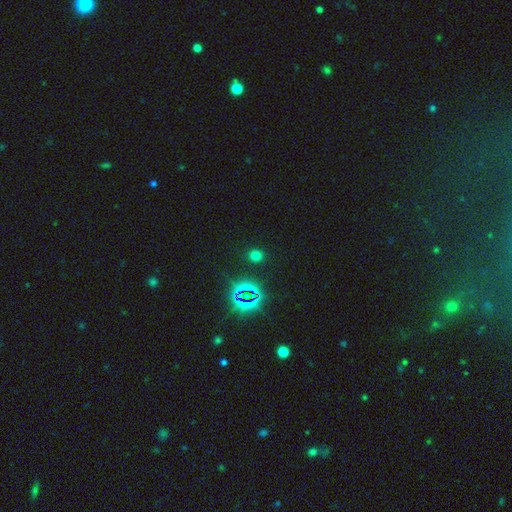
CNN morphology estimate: Smooth or featured: smooth — 65% (star or artifact — 29%)
How rounded: round — 81% (in between — 17%)
Merging: none — 89% (minor disturbance — 7%)